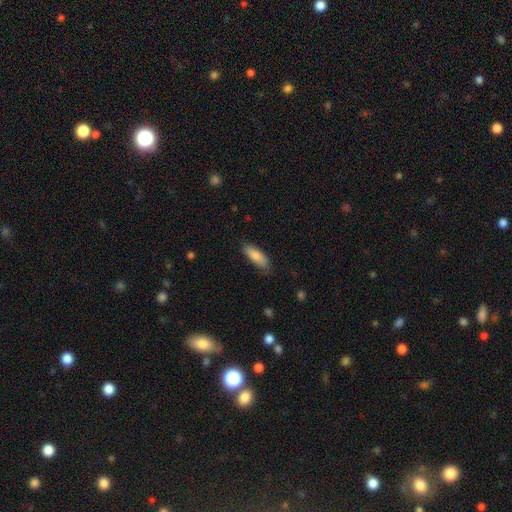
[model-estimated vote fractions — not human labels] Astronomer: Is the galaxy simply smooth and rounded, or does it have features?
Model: smooth — 84%.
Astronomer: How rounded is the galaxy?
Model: in between — 67%.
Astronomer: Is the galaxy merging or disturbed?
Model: none — 74%.